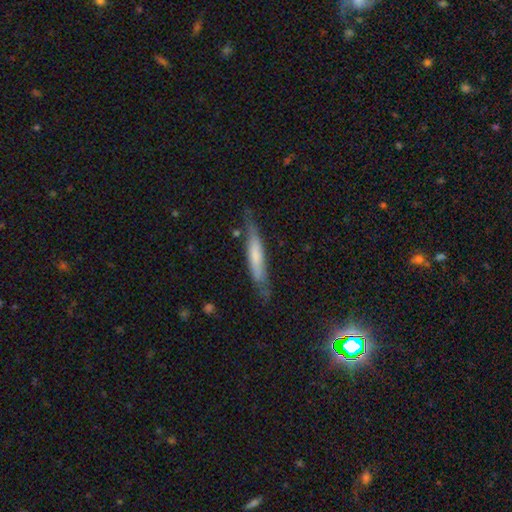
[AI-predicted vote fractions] Q: Smooth or featured?
A: smooth (56%); runner-up: featured or disk (37%)
Q: How rounded?
A: cigar-shaped (91%); runner-up: in between (8%)
Q: Merging?
A: none (71%); runner-up: minor disturbance (21%)